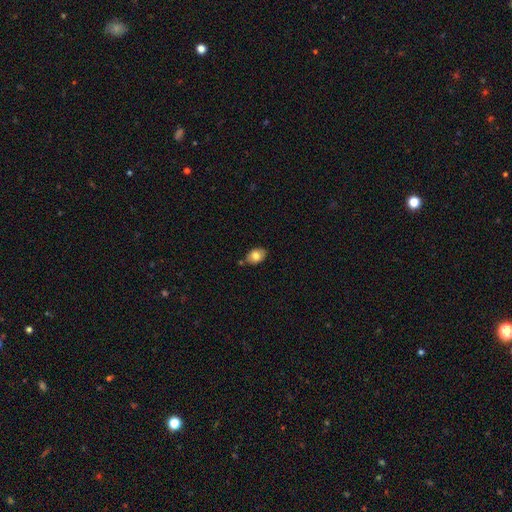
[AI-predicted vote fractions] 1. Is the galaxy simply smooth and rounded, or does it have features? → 80% smooth, 12% featured or disk, 8% star or artifact.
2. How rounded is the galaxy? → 78% in between, 21% round, 1% cigar-shaped.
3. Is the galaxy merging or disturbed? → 76% none, 15% minor disturbance, 7% merger, 3% major disturbance.